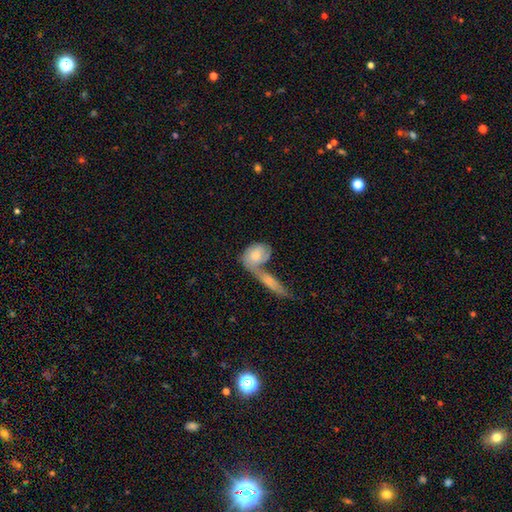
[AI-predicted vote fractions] Smooth or featured: smooth — 61% (featured or disk — 33%)
How rounded: in between — 66% (round — 24%)
Merging: merger — 57% (none — 23%)